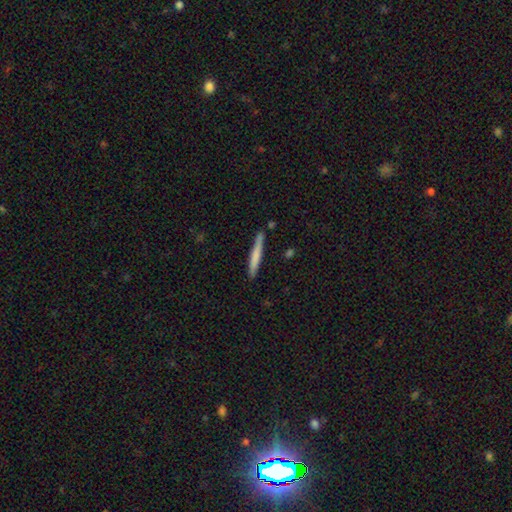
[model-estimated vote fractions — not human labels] A smooth galaxy with no disk features (66%) that is cigar-shaped (96%). Merging: none (84%).